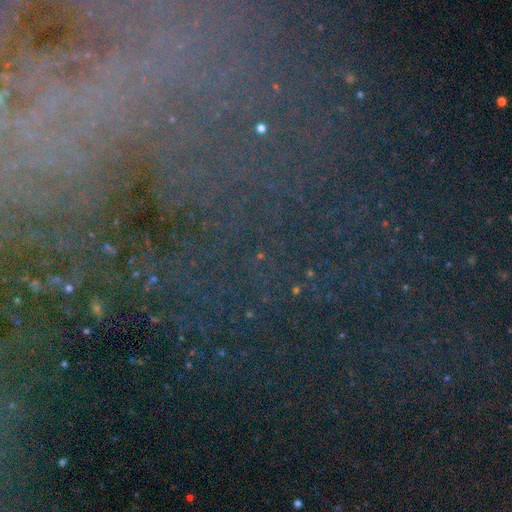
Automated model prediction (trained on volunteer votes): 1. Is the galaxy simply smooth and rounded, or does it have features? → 73% star or artifact, 15% featured or disk, 12% smooth.